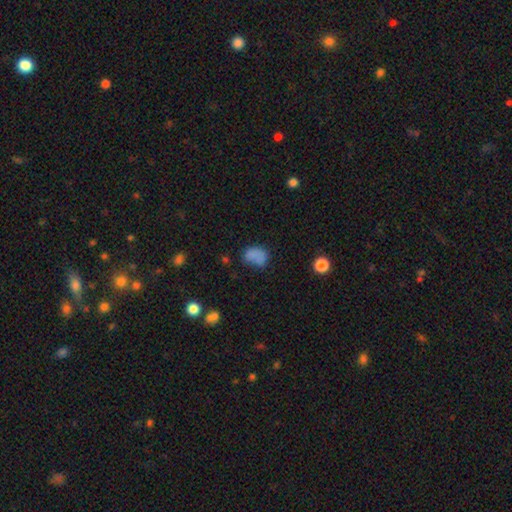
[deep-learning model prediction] smooth 75%, star or artifact 14%, featured or disk 11%. Down the decision tree: how rounded — in between (73%); merging — none (47%).